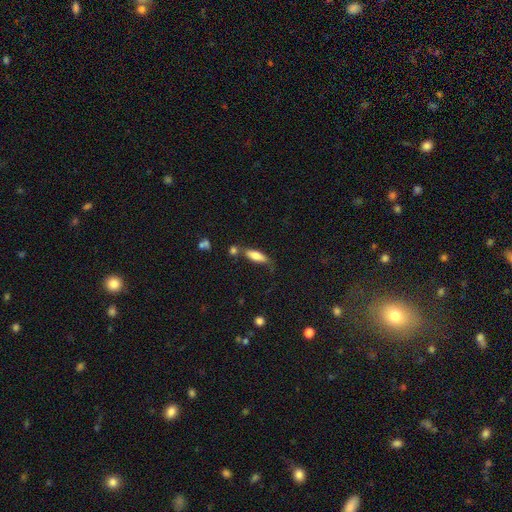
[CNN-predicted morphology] Q: Smooth or featured?
A: smooth (75%); runner-up: featured or disk (18%)
Q: How rounded?
A: in between (52%); runner-up: cigar-shaped (46%)
Q: Merging?
A: none (58%); runner-up: minor disturbance (22%)